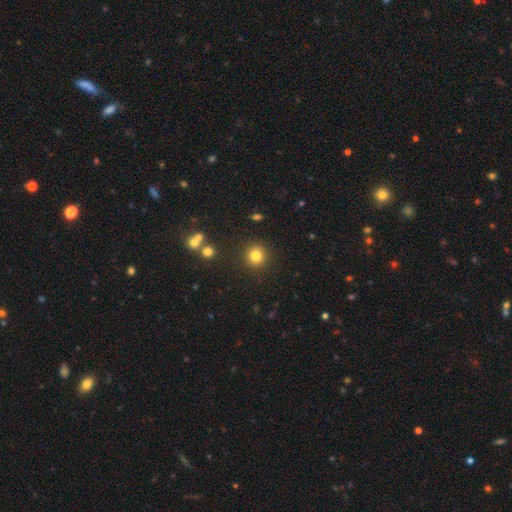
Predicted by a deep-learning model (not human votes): smooth-or-featured: smooth: 82% | star or artifact: 12% | featured or disk: 6%
  how-rounded: round: 91% | in between: 9% | cigar-shaped: 1%
  merging: none: 89% | minor disturbance: 6% | major disturbance: 3% | merger: 2%